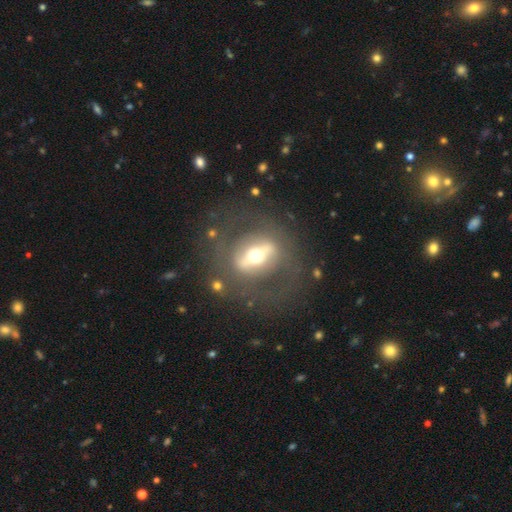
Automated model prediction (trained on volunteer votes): Smooth or featured: featured or disk — 70% (smooth — 22%)
Edge-on disk: no — 78% (yes — 22%)
Bar: strong — 67% (weak — 18%)
Spiral arms: no — 77% (yes — 23%)
Bulge size: moderate — 63% (small — 22%)
Merging: none — 73% (major disturbance — 12%)